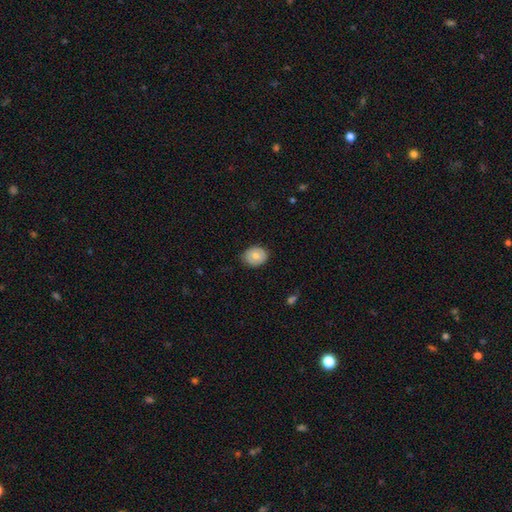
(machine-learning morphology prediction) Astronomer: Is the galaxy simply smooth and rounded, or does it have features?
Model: smooth — 68%.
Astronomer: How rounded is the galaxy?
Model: round — 56% (runner-up: in between, 43%).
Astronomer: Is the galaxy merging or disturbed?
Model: none — 82%.